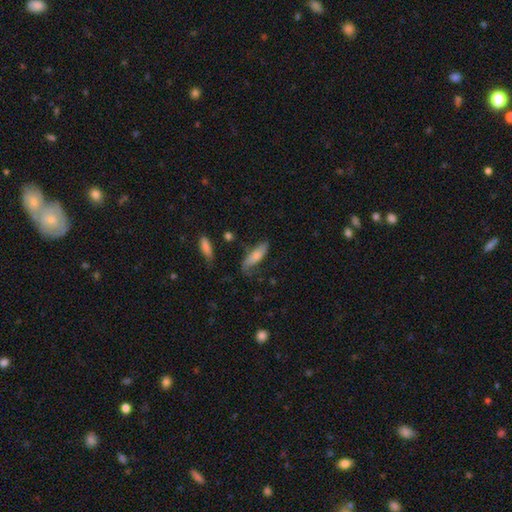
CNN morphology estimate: The model was most divided on "how rounded": in between: 53%, cigar-shaped: 45%, round: 2%. More confident: smooth or featured — smooth (66%); merging — none (53%).